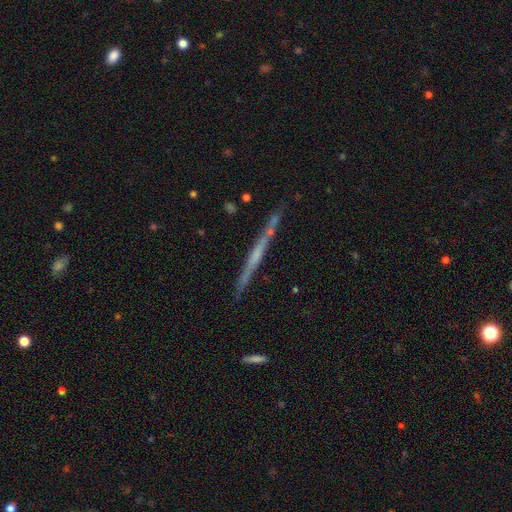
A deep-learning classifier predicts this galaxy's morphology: Q: Smooth or featured?
A: featured or disk (65%); runner-up: smooth (29%)
Q: Edge-on disk?
A: yes (96%); runner-up: no (4%)
Q: Edge-on bulge?
A: none (73%); runner-up: rounded (18%)
Q: Merging?
A: none (83%); runner-up: minor disturbance (11%)